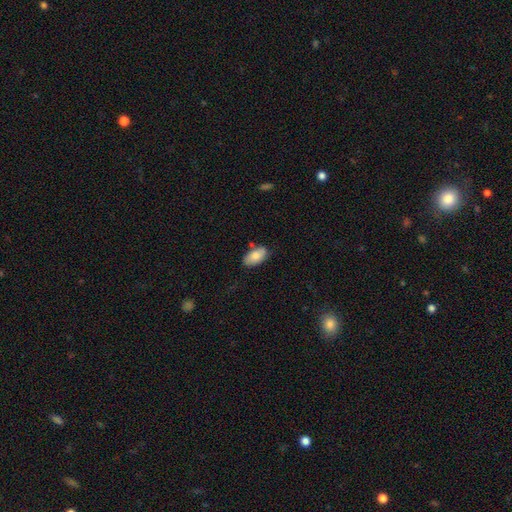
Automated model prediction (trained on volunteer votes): This is likely a smooth galaxy (80%). How rounded: clearly in between (94%). Merging: likely none (74%).